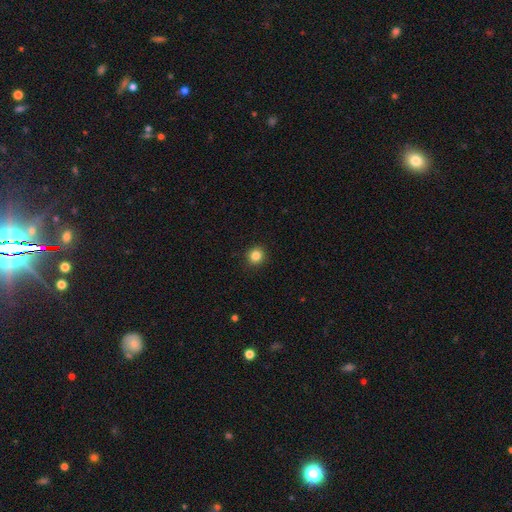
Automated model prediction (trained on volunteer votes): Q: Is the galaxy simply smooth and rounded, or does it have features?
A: smooth — 84%.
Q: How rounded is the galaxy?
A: round — 93%.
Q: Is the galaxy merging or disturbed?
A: none — 92%.